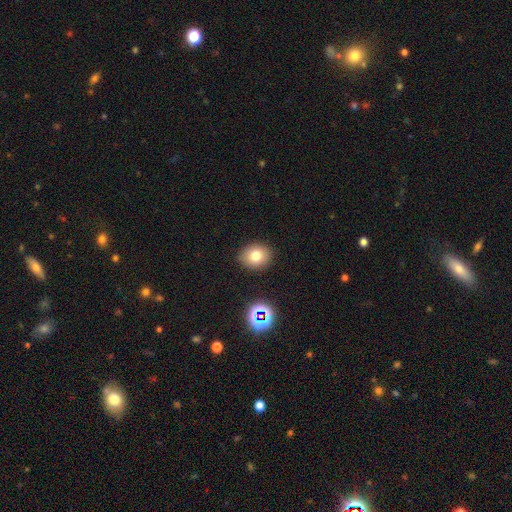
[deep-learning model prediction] Overall: smooth (76%). How rounded: round (59%; in between 40%). Merging: none (88%).